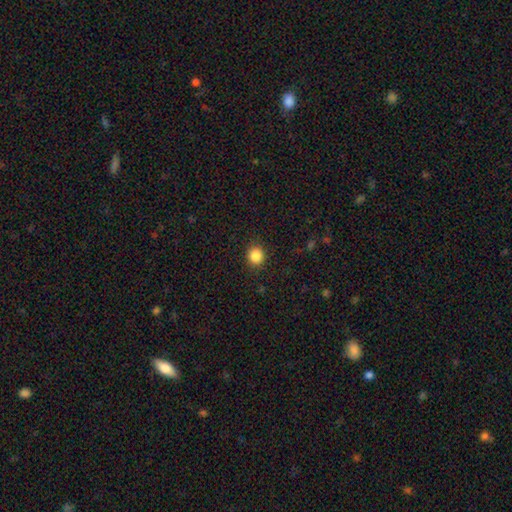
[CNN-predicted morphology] Smooth or featured? Predicted: smooth (p=0.86). How rounded? Predicted: round (p=0.88). Merging? Predicted: none (p=0.90).